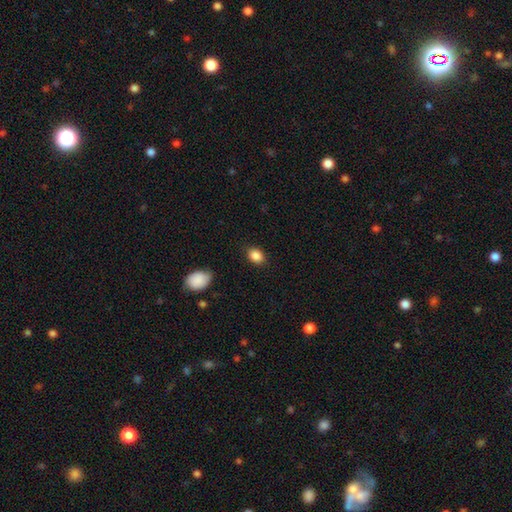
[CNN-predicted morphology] The model was most divided on "how rounded": in between: 66%, round: 33%, cigar-shaped: 1%. More confident: smooth or featured — smooth (87%); merging — none (84%).